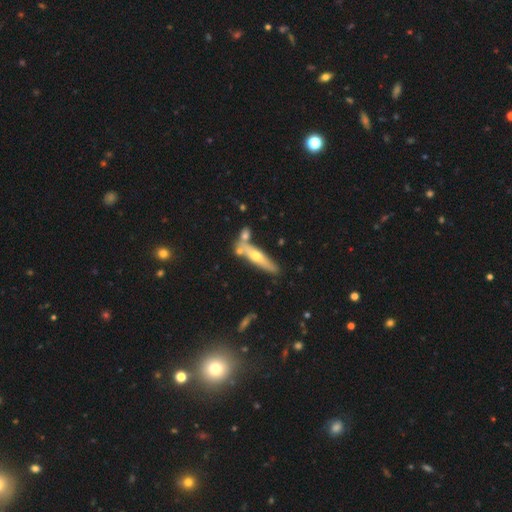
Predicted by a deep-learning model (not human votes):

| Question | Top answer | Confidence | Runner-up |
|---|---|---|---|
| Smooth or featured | featured or disk | 58% | smooth (35%) |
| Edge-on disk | yes | 87% | no (13%) |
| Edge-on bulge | rounded | 89% | none (8%) |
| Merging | none | 63% | merger (20%) |